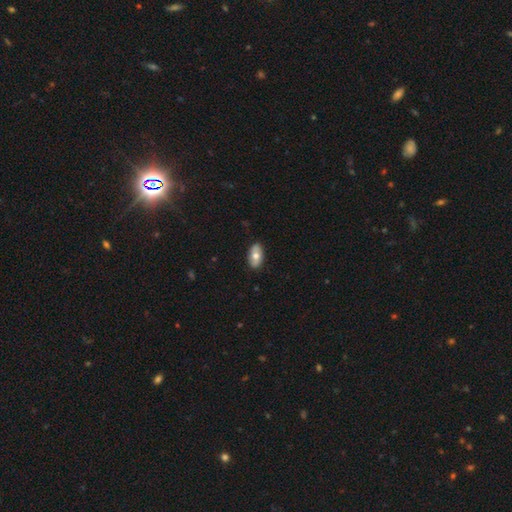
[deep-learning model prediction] A smooth galaxy with no disk features (64%) that is in between round and cigar-shaped (93%). Merging: none (86%).